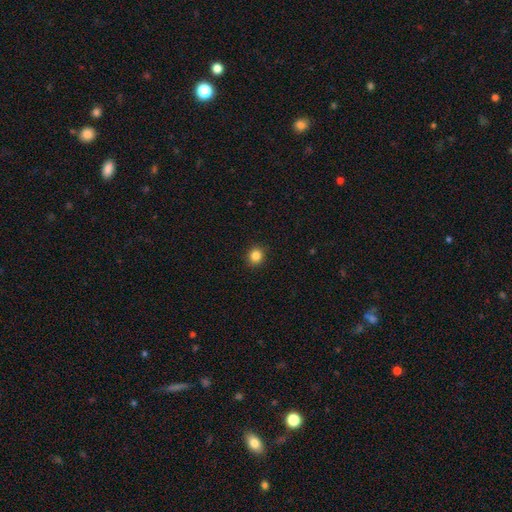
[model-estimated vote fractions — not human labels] smooth_or_featured: smooth (p=0.85) [alt: star or artifact p=0.11]
how_rounded: round (p=0.85) [alt: in between p=0.14]
merging: none (p=0.92) [alt: minor disturbance p=0.05]